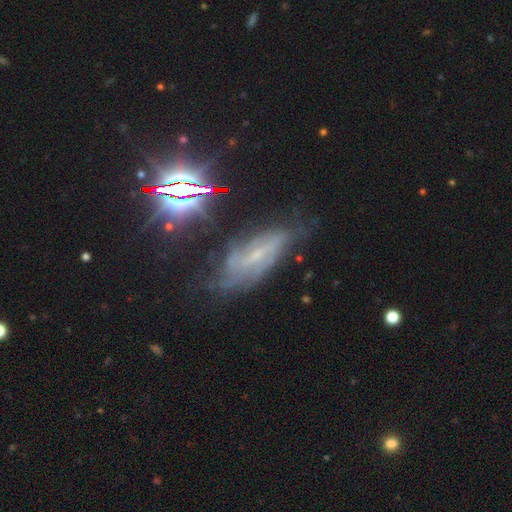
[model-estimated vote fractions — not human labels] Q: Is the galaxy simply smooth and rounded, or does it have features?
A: featured or disk — 65%.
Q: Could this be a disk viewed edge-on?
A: no — 83%.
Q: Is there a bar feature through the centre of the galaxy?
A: weak — 44%.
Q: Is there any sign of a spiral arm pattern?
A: yes — 84%.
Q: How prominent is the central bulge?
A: small — 70%.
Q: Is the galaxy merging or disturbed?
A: none — 57%.